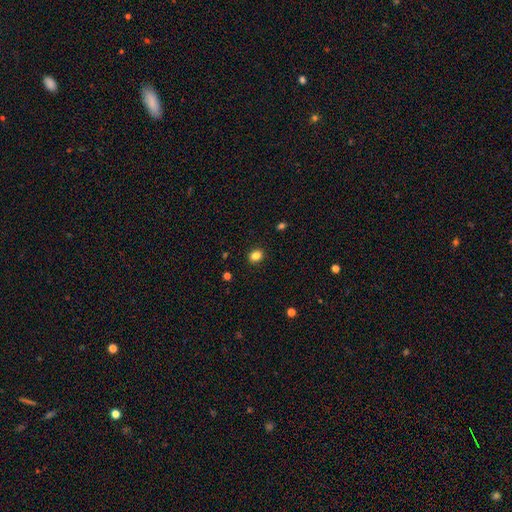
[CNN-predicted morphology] Q: Smooth or featured?
A: smooth (84%); runner-up: star or artifact (11%)
Q: How rounded?
A: round (65%); runner-up: in between (34%)
Q: Merging?
A: none (91%); runner-up: minor disturbance (6%)